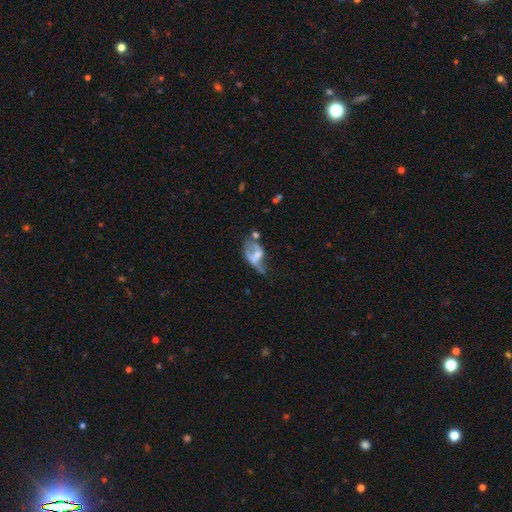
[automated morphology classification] Smooth or featured: featured or disk — 50% (smooth — 40%)
Edge-on disk: no — 94% (yes — 6%)
Merging: major disturbance — 44% (minor disturbance — 20%)